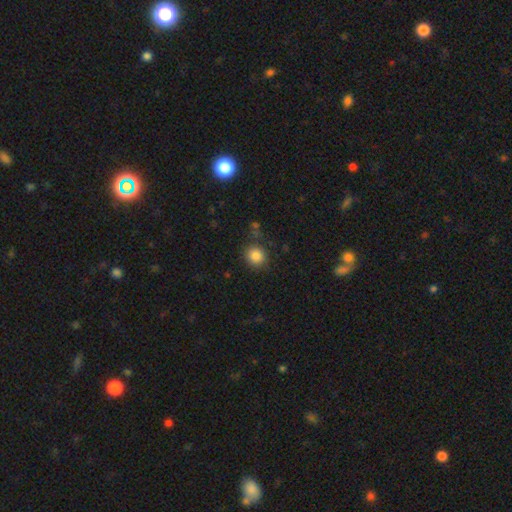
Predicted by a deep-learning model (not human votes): Smooth or featured?
  - smooth: 85% *
  - star or artifact: 10%
  - featured or disk: 4%
How rounded?
  - round: 88% *
  - in between: 11%
  - cigar-shaped: 1%
Merging?
  - none: 82% *
  - minor disturbance: 10%
  - major disturbance: 4%
  - merger: 3%